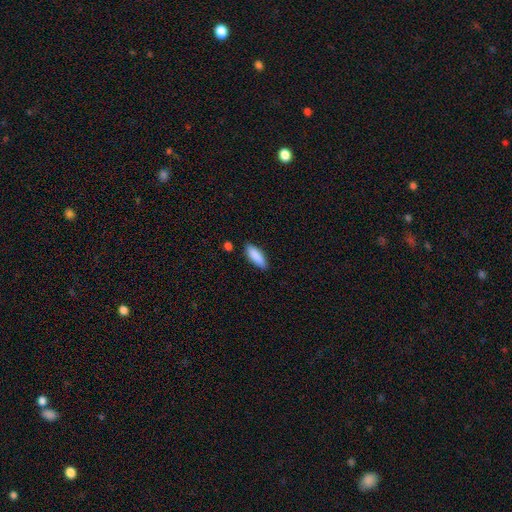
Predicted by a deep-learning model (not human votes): Smooth or featured? smooth (87%)
How rounded? in between (56%)
Merging? none (84%)